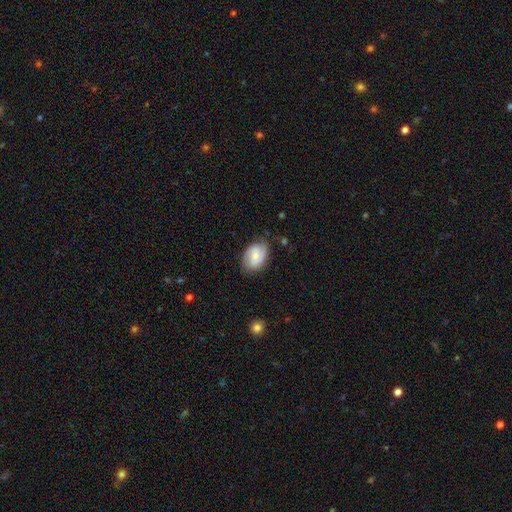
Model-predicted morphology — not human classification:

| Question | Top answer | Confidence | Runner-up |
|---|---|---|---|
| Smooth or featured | featured or disk | 51% | smooth (42%) |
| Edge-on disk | no | 97% | yes (3%) |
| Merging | none | 75% | minor disturbance (19%) |